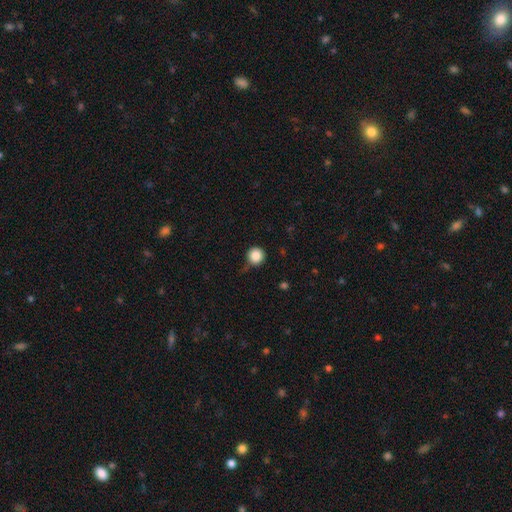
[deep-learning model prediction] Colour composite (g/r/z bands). It shows a smooth galaxy with no disk features (87%) that is round (96%). Merging: none (77%).